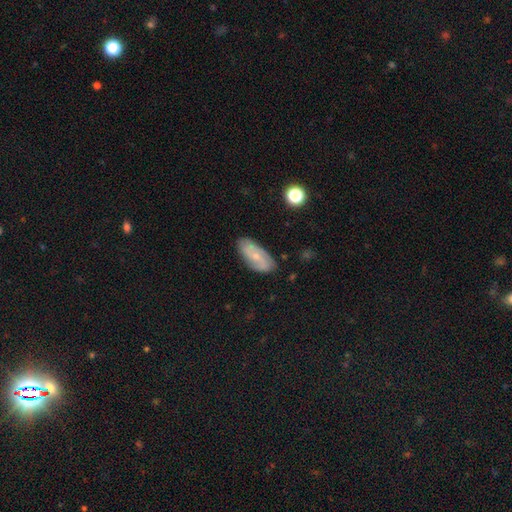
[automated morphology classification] Smooth or featured? Predicted: featured or disk (p=0.52). Edge-on disk? Predicted: no (p=0.91). Merging? Predicted: none (p=0.79).